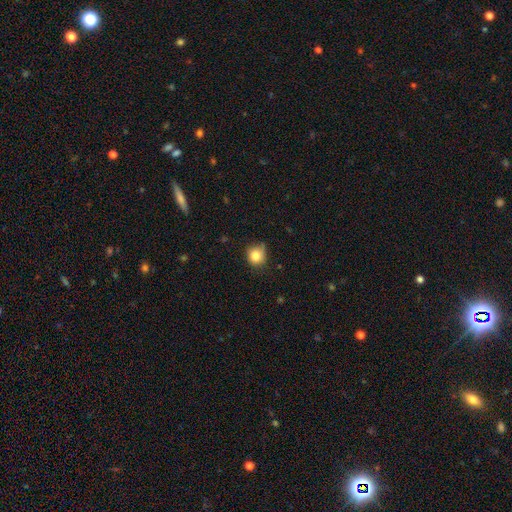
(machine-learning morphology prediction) A smooth galaxy with no disk features (82%) that is round (87%).

Vote fractions:
- Smooth or featured? smooth: 82% / star or artifact: 11% / featured or disk: 8%
- How rounded? round: 87% / in between: 12% / cigar-shaped: 1%
- Merging? none: 66% / minor disturbance: 27% / major disturbance: 5% / merger: 2%